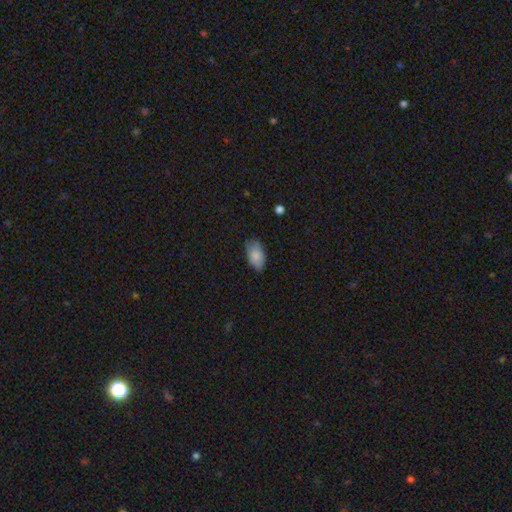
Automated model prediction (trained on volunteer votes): smooth_or_featured: smooth (p=0.83) [alt: featured or disk p=0.11]
how_rounded: in between (p=0.93) [alt: round p=0.05]
merging: none (p=0.77) [alt: minor disturbance p=0.19]